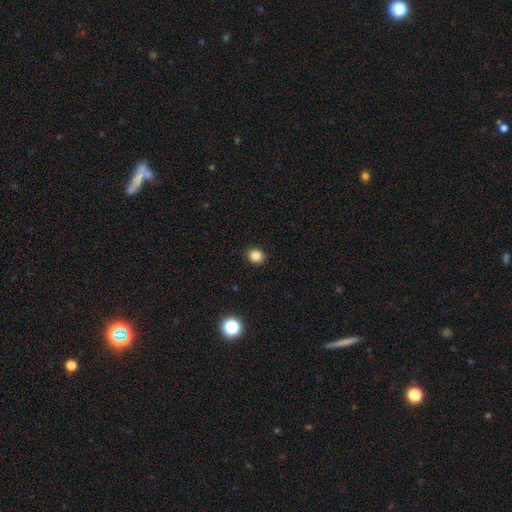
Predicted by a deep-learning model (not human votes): Smooth or featured? Predicted: smooth (p=0.85). How rounded? Predicted: round (p=0.74). Merging? Predicted: none (p=0.91).